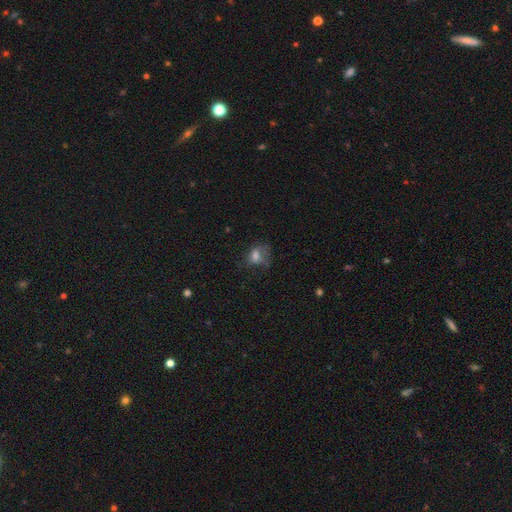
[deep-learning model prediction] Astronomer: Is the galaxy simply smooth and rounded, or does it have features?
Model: smooth — 65%.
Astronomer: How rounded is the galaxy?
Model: in between — 63%.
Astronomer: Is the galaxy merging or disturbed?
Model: none — 39% (runner-up: major disturbance, 31%).